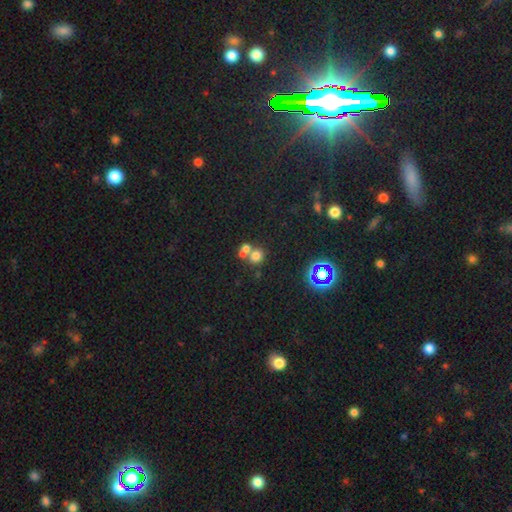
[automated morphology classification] smooth_or_featured: smooth (p=0.65) [alt: star or artifact p=0.22]
how_rounded: round (p=0.79) [alt: in between p=0.19]
merging: merger (p=0.52) [alt: none p=0.39]